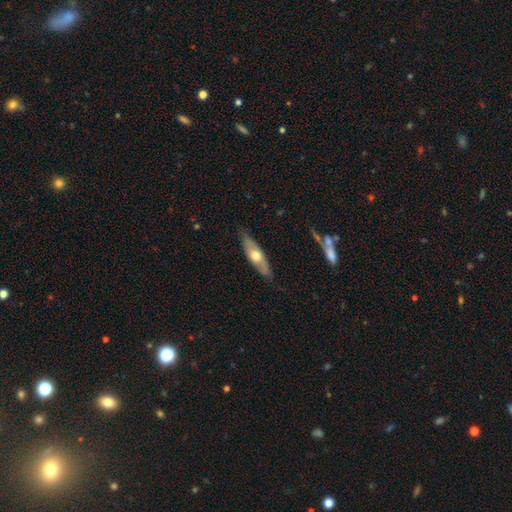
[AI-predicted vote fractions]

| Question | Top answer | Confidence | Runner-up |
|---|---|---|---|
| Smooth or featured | smooth | 49% | featured or disk (46%) |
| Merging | none | 83% | minor disturbance (13%) |